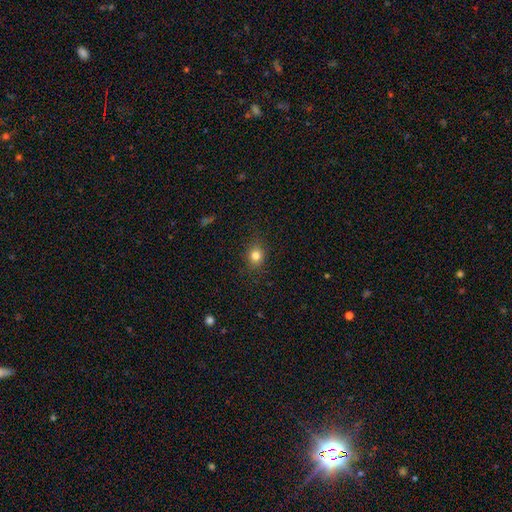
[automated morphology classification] Overall: smooth (81%). How rounded: round (74%). Merging: none (87%).